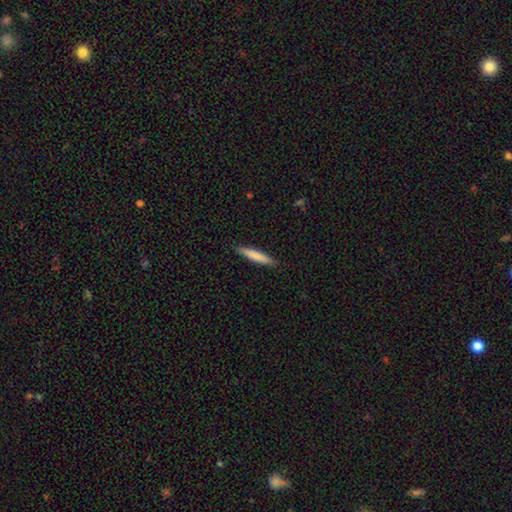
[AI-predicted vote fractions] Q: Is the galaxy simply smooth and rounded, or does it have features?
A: smooth — 78%.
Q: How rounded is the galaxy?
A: cigar-shaped — 91%.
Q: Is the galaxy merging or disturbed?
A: none — 90%.